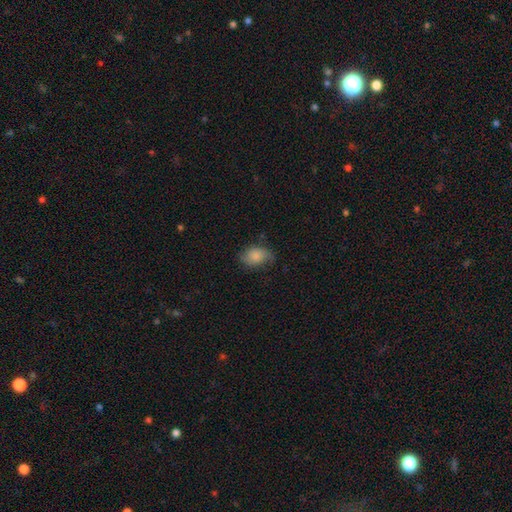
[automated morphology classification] A smooth galaxy with no disk features (80%) that is in between round and cigar-shaped (78%). Merging: none (64%).